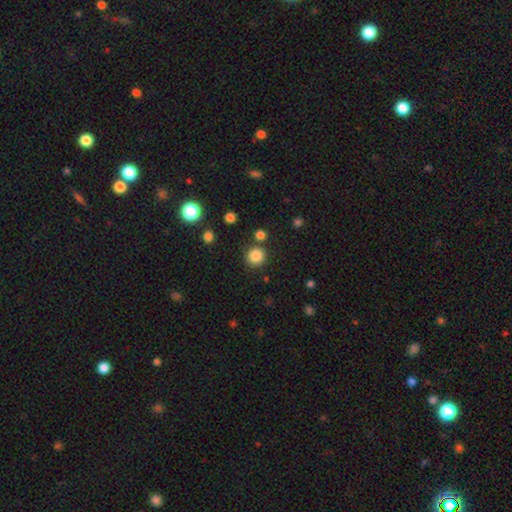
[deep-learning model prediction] This is clearly a smooth galaxy (85%). How rounded: clearly round (93%). Merging: clearly none (86%).